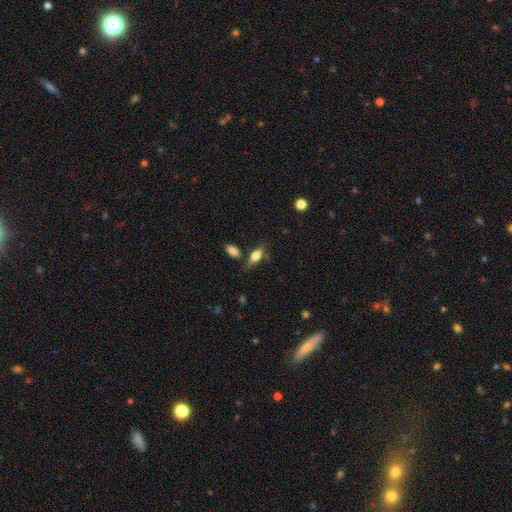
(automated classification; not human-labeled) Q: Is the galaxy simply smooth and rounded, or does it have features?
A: smooth — 58%.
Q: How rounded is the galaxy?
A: in between — 70%.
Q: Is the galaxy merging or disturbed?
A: none — 68%.